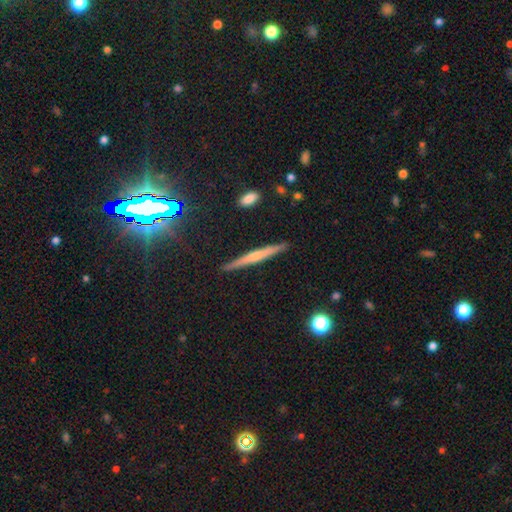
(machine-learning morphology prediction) type=featured or disk (55%); edge-on=yes (97%); edge-on bulge=rounded (51%); merging=none (90%).